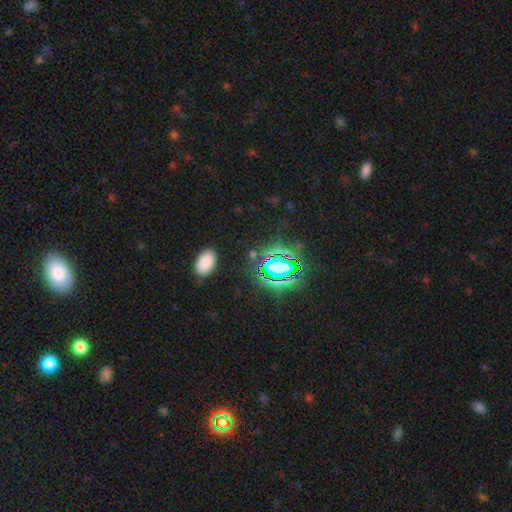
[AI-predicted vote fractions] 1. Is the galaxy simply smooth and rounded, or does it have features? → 60% star or artifact, 31% smooth, 9% featured or disk.